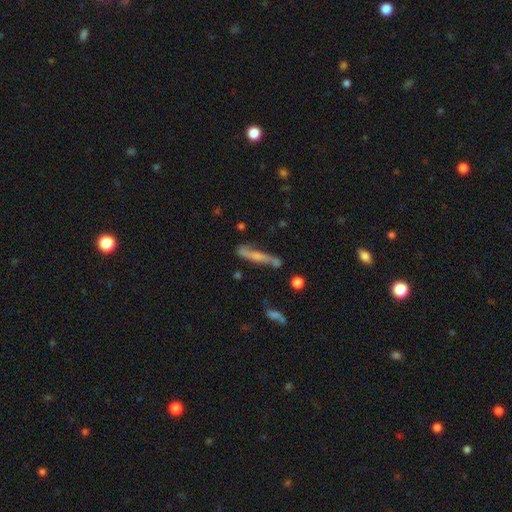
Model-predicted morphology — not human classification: This is possibly a featured or disk galaxy (49%). Merging: likely none (61%).